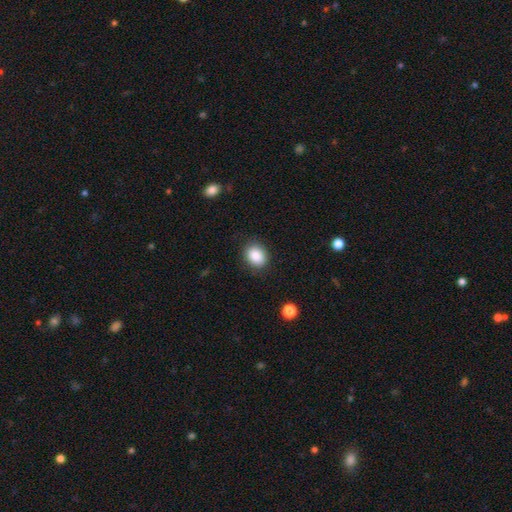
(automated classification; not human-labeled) Smooth or featured? Predicted: smooth (p=0.86). How rounded? Predicted: in between (p=0.59). Merging? Predicted: none (p=0.85).